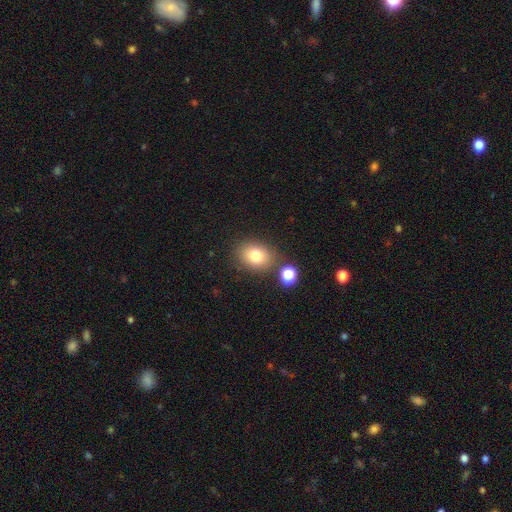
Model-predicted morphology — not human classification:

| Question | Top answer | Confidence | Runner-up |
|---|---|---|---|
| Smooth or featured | smooth | 78% | star or artifact (12%) |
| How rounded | in between | 54% | round (45%) |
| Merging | none | 77% | minor disturbance (11%) |